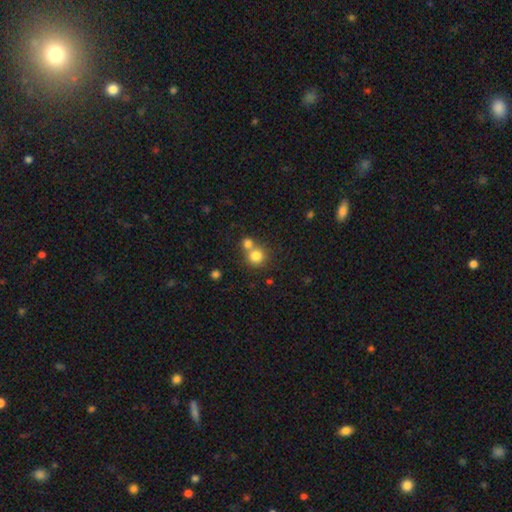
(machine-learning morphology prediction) smooth_or_featured: smooth (p=0.79) [alt: star or artifact p=0.12]
how_rounded: round (p=0.89) [alt: in between p=0.10]
merging: none (p=0.50) [alt: merger p=0.41]